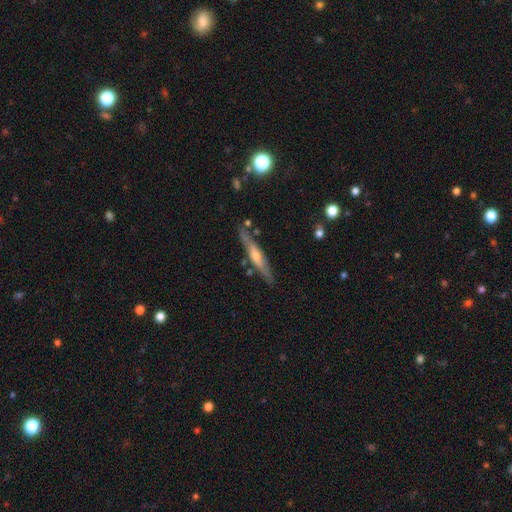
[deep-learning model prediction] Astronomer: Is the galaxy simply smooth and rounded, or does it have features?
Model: featured or disk — 65%.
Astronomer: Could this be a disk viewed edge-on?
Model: yes — 91%.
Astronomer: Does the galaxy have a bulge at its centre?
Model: rounded — 77%.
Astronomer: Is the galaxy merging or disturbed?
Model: none — 81%.